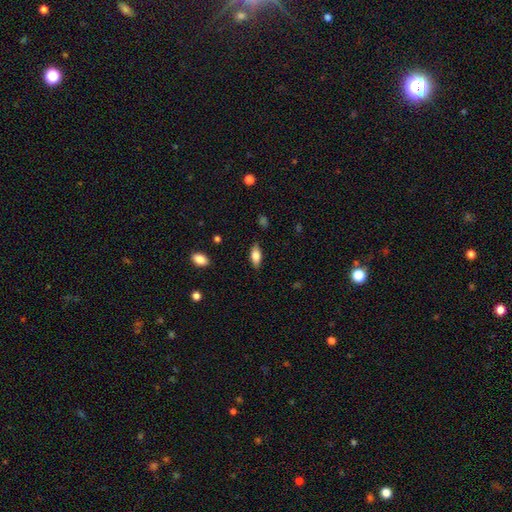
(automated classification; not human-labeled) smooth-or-featured: smooth: 74% | featured or disk: 19% | star or artifact: 7%
  how-rounded: in between: 82% | cigar-shaped: 15% | round: 3%
  merging: none: 84% | minor disturbance: 12% | major disturbance: 3% | merger: 1%